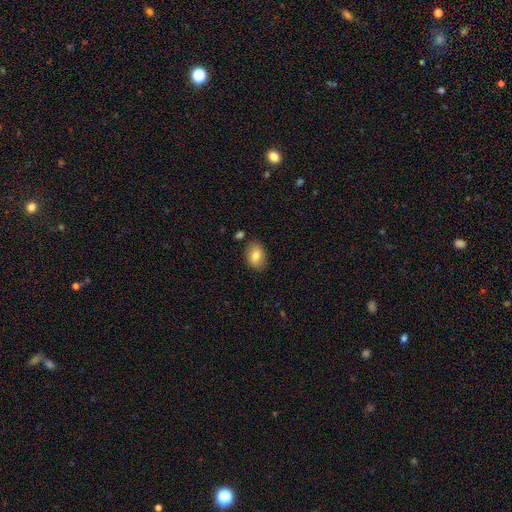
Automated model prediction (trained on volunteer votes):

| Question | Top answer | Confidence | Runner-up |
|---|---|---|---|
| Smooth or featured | smooth | 77% | featured or disk (15%) |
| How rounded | in between | 78% | round (21%) |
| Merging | none | 83% | minor disturbance (12%) |